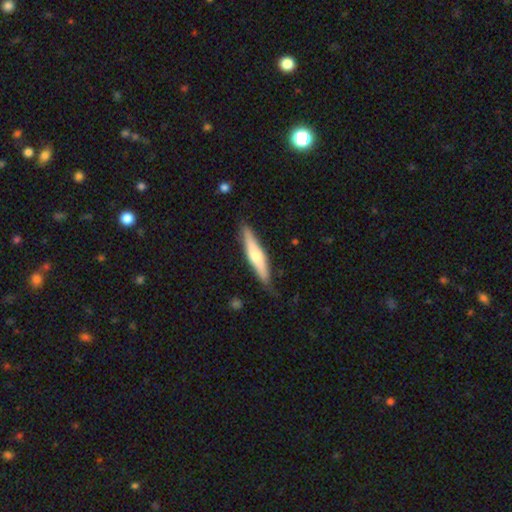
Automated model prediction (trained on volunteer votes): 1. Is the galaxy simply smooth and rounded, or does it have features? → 47% smooth (tied), 47% featured or disk (tied), 5% star or artifact.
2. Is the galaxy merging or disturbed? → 82% none, 14% minor disturbance, 2% major disturbance, 1% merger.